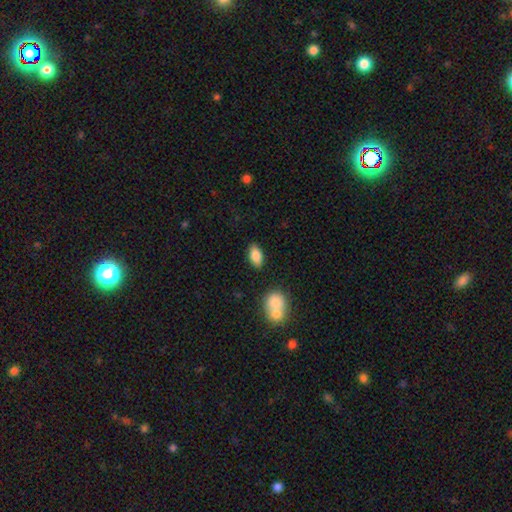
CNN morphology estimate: The model was most divided on "smooth or featured": smooth: 84%, featured or disk: 9%, star or artifact: 7%. More confident: how rounded — in between (90%); merging — none (85%).